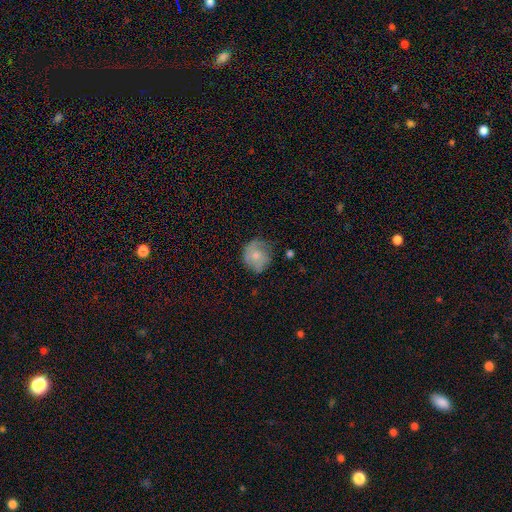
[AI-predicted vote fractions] Smooth or featured? Predicted: smooth (p=0.60). How rounded? Predicted: round (p=0.82). Merging? Predicted: none (p=0.57).